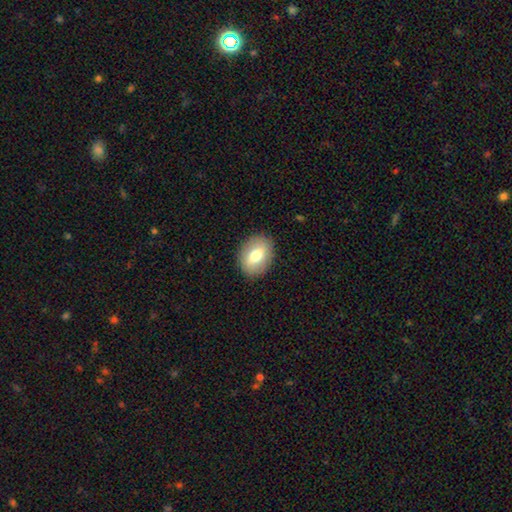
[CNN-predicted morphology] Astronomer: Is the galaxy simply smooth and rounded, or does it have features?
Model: smooth — 68%.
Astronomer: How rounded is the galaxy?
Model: in between — 67%.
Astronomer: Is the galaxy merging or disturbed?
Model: none — 88%.